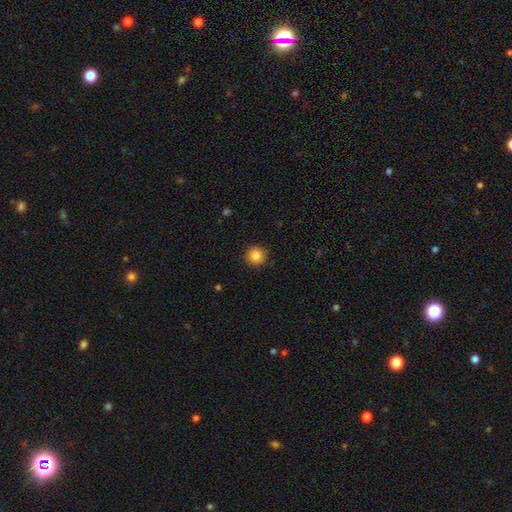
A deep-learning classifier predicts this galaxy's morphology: Smooth or featured? smooth (85%)
How rounded? round (95%)
Merging? none (91%)